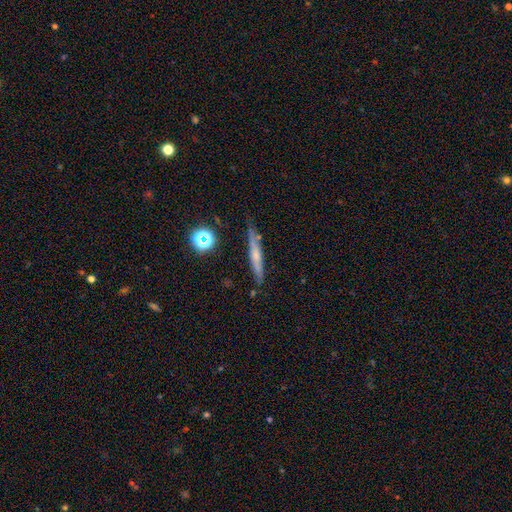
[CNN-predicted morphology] Smooth or featured: featured or disk — 45% (smooth — 43%)
Merging: none — 76% (minor disturbance — 17%)